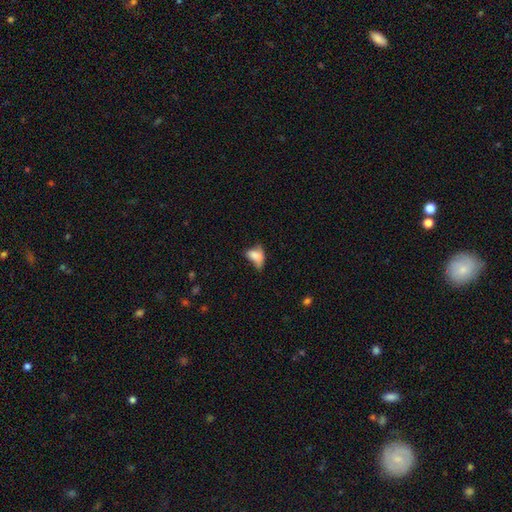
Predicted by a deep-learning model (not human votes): This is likely a smooth galaxy (69%). How rounded: clearly in between (86%). Merging: marginally major disturbance (33%).